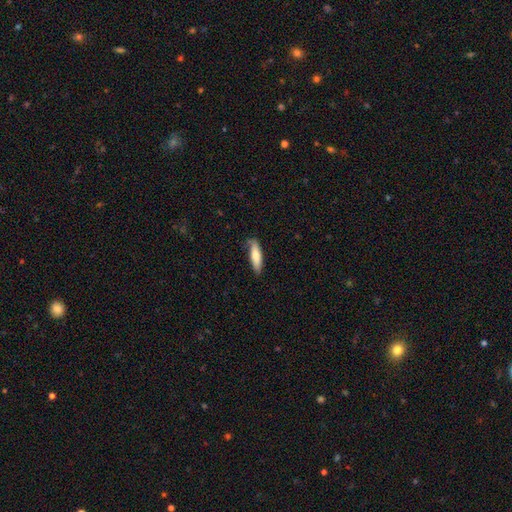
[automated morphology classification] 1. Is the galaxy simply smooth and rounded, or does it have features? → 75% smooth, 19% featured or disk, 5% star or artifact.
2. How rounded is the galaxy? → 61% cigar-shaped, 37% in between, 2% round.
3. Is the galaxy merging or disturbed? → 76% none, 20% minor disturbance, 3% major disturbance, 1% merger.